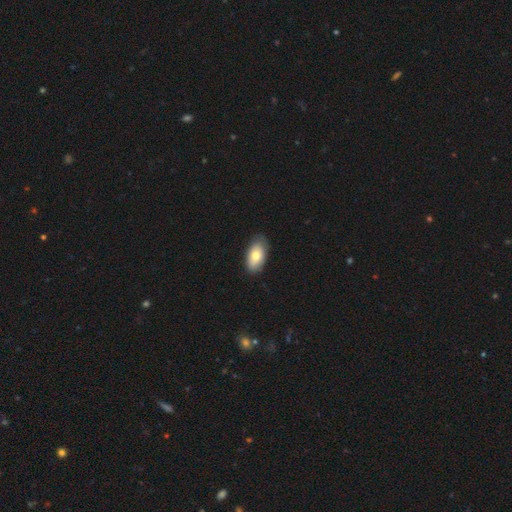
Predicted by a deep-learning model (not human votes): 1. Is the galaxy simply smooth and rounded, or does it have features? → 74% smooth, 20% featured or disk, 6% star or artifact.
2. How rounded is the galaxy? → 94% in between, 4% round, 2% cigar-shaped.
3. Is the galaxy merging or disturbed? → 82% none, 15% minor disturbance, 2% major disturbance, 1% merger.